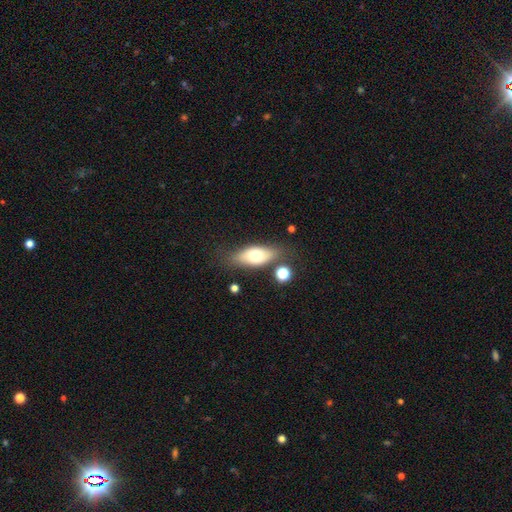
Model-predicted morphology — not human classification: The model was most divided on "smooth or featured": smooth: 67%, featured or disk: 26%, star or artifact: 8%. More confident: how rounded — in between (80%); merging — none (73%).